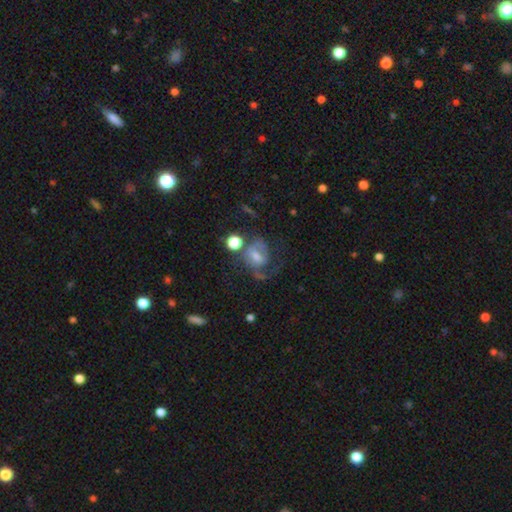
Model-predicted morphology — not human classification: A featured or disk galaxy (65%) with no bar (44%, tied with weak), 2 (47%) medium (45%) spiral arms (82%) and a moderate central bulge (47%). Merging: none (41%).